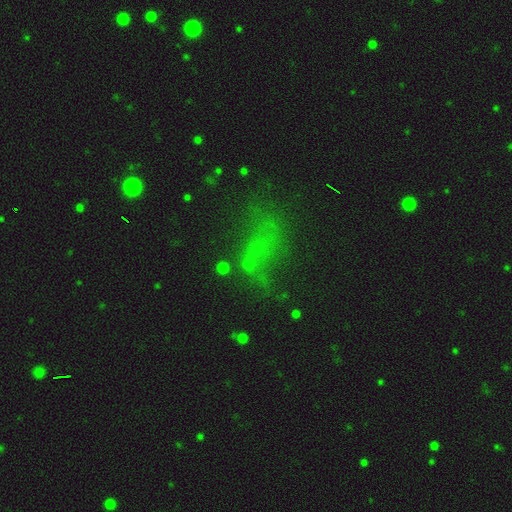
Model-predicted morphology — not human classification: This appears to be a star or artifact, not a galaxy (37%).